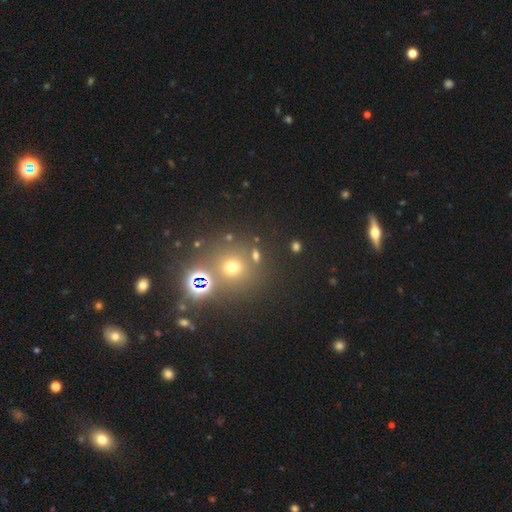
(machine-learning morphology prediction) This is possibly a smooth galaxy (52%). How rounded: clearly round (86%). Merging: likely none (75%).